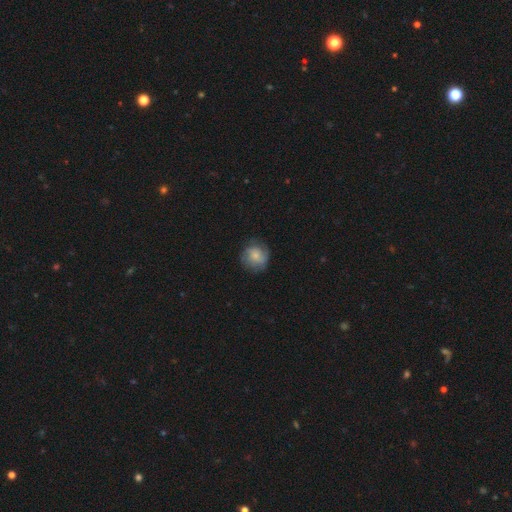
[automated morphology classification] This is likely a smooth galaxy (61%). How rounded: clearly round (87%). Merging: likely none (75%).